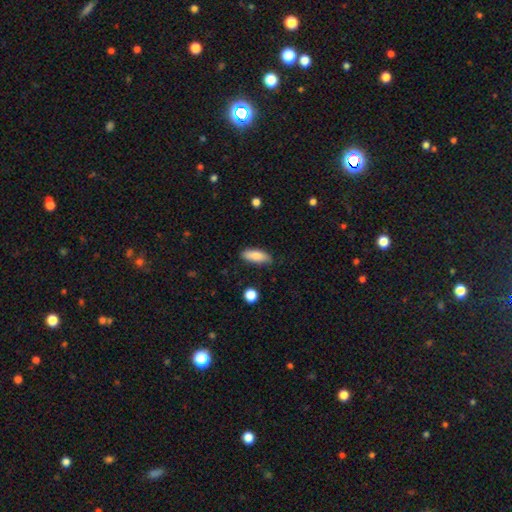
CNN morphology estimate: Smooth or featured?
  - smooth: 84% *
  - featured or disk: 10%
  - star or artifact: 6%
How rounded?
  - in between: 71% *
  - cigar-shaped: 27%
  - round: 2%
Merging?
  - none: 81% *
  - minor disturbance: 15%
  - major disturbance: 3%
  - merger: 1%